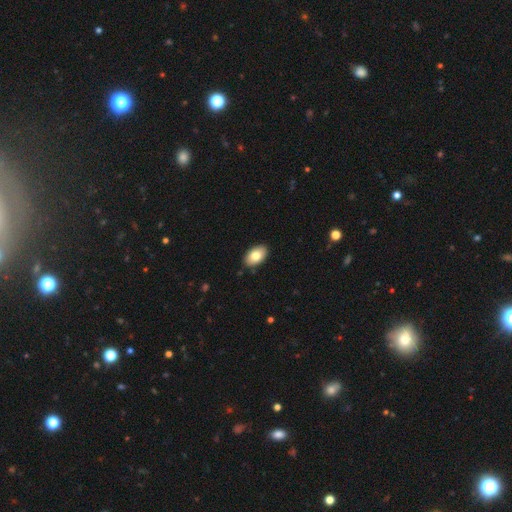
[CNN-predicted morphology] Smooth or featured: smooth — 81% (featured or disk — 12%)
How rounded: in between — 93% (round — 6%)
Merging: none — 88% (minor disturbance — 9%)